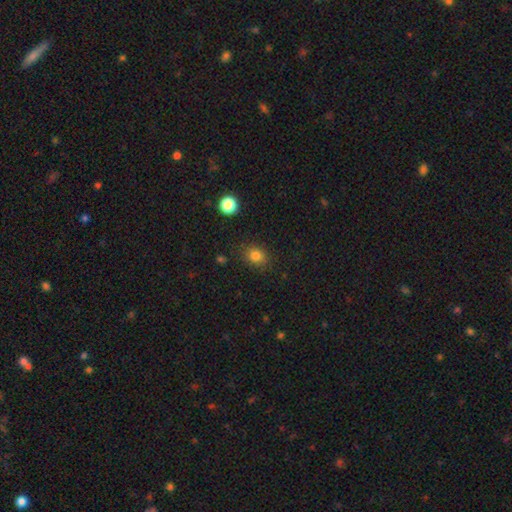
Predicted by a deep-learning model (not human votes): This appears to be a smooth galaxy with no disk features (82%) that is round (63%). Merging: none (82%).